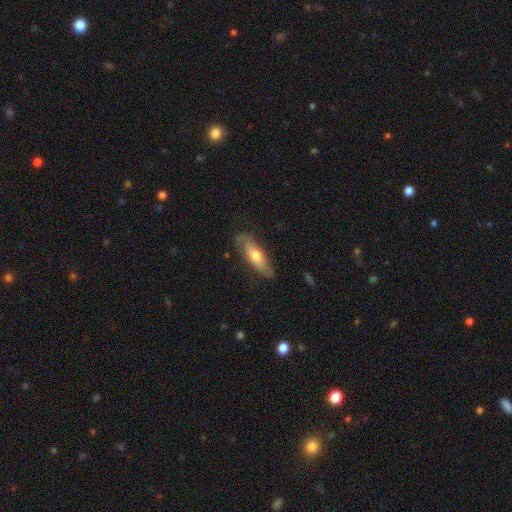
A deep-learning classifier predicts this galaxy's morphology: This is possibly a smooth galaxy (53%). How rounded: possibly in between (50%). Merging: likely none (74%).